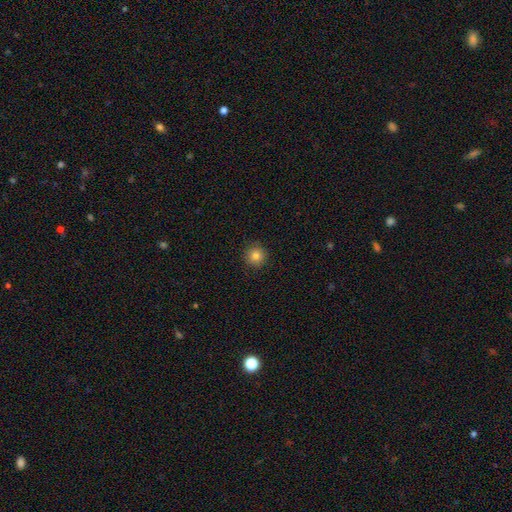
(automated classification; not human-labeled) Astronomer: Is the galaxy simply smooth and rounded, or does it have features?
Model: smooth — 82%.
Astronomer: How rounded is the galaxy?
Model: round — 96%.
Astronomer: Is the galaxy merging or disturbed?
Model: none — 92%.